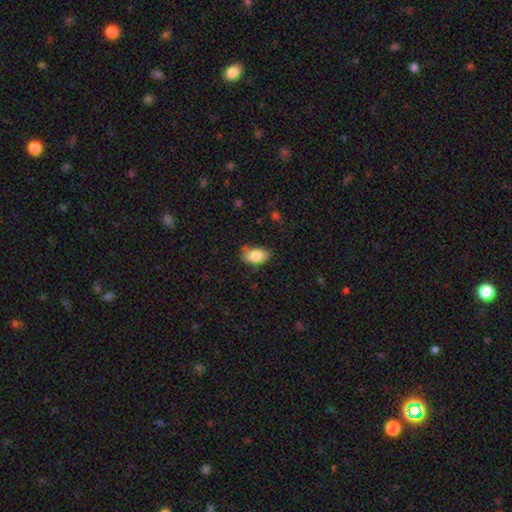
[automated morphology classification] Smooth or featured? Predicted: smooth (p=0.81). How rounded? Predicted: in between (p=0.88). Merging? Predicted: none (p=0.69).